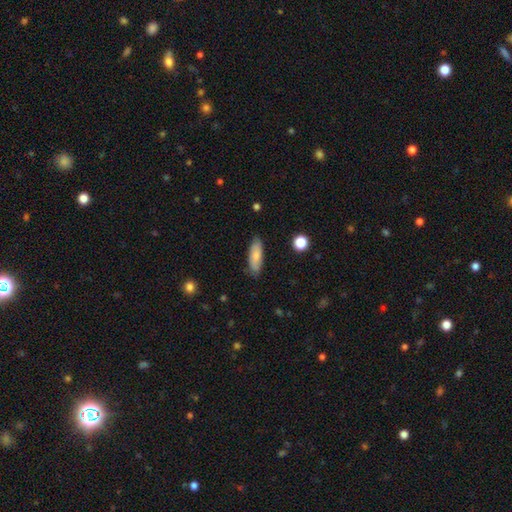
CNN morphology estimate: smooth-or-featured: smooth: 77% | featured or disk: 17% | star or artifact: 6%
  how-rounded: in between: 65% | cigar-shaped: 32% | round: 2%
  merging: none: 82% | minor disturbance: 14% | major disturbance: 2% | merger: 1%